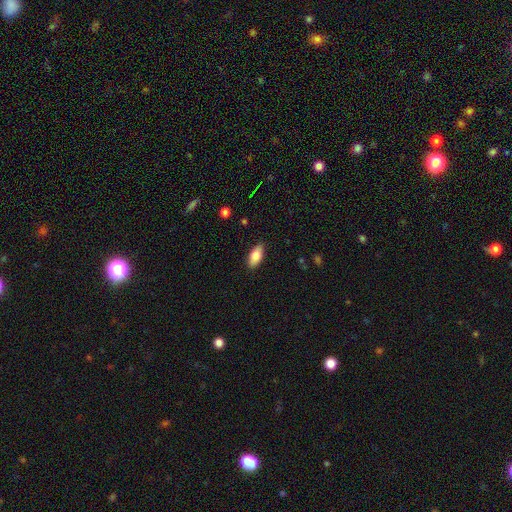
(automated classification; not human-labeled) Morphology: type=smooth (82%); roundness=in between (89%); merging=none (88%).